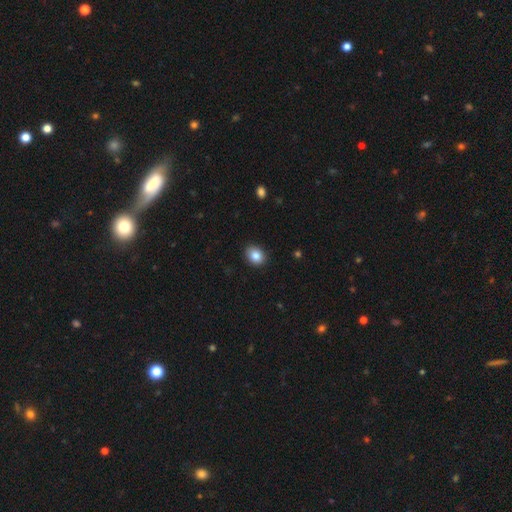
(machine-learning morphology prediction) A smooth galaxy with no disk features (85%) that is in between round and cigar-shaped (59%).

Vote fractions:
- Smooth or featured? smooth: 85% / star or artifact: 9% / featured or disk: 6%
- How rounded? in between: 59% / round: 40% / cigar-shaped: 1%
- Merging? none: 89% / minor disturbance: 9% / major disturbance: 2% / merger: 1%